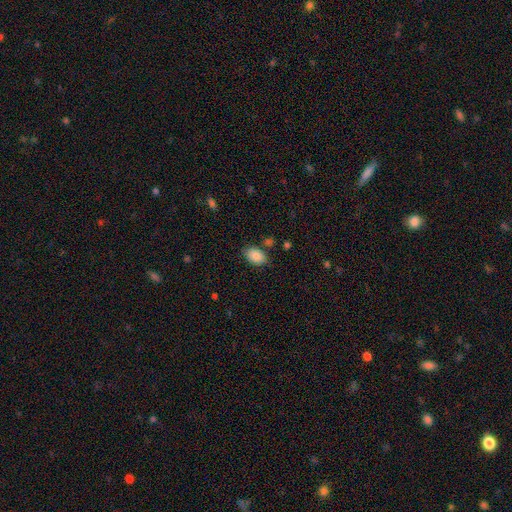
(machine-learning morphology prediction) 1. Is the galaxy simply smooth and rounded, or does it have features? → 88% smooth, 8% star or artifact, 5% featured or disk.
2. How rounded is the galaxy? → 83% in between, 16% round, 1% cigar-shaped.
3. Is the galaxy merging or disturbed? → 77% none, 15% minor disturbance, 4% merger, 4% major disturbance.